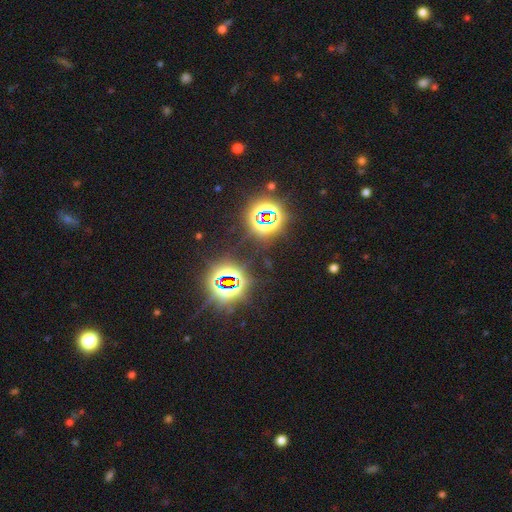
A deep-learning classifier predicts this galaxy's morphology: Smooth or featured? Predicted: star or artifact (p=0.83).